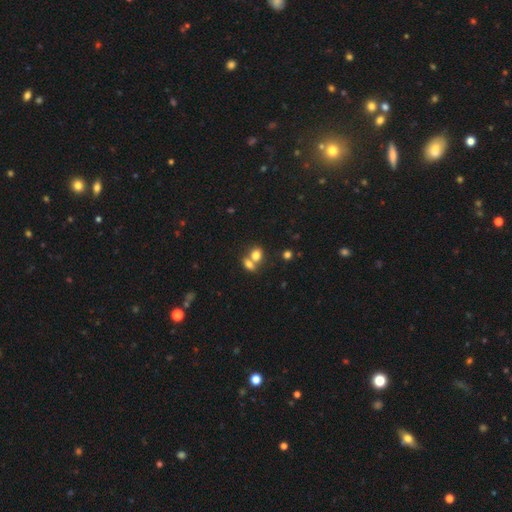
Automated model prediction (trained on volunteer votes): Smooth or featured? smooth (76%)
How rounded? in between (58%)
Merging? merger (58%)